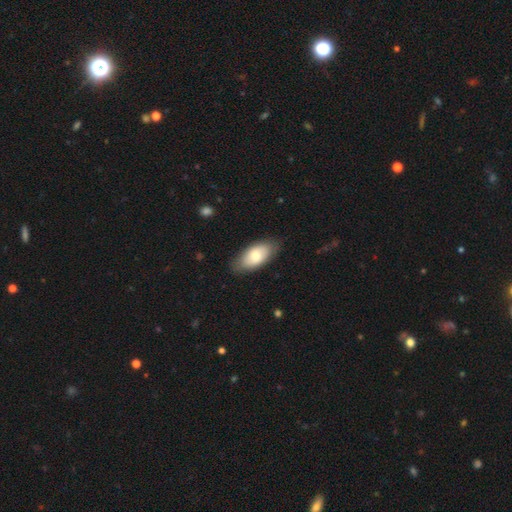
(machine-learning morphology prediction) This is likely a smooth galaxy (75%). How rounded: clearly in between (92%). Merging: clearly none (82%).